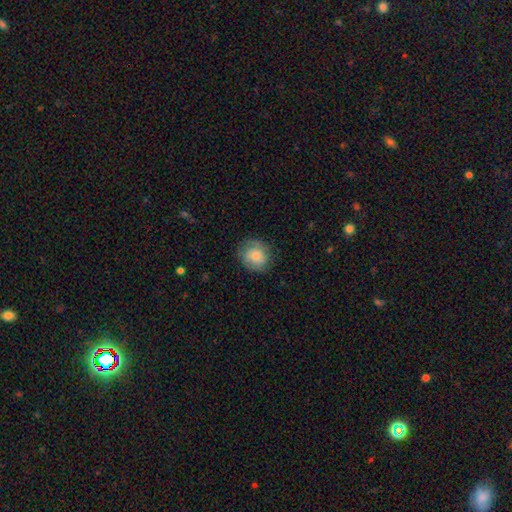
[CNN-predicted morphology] The model was most divided on "smooth or featured": smooth: 74%, featured or disk: 19%, star or artifact: 7%. More confident: how rounded — round (81%); merging — none (77%).